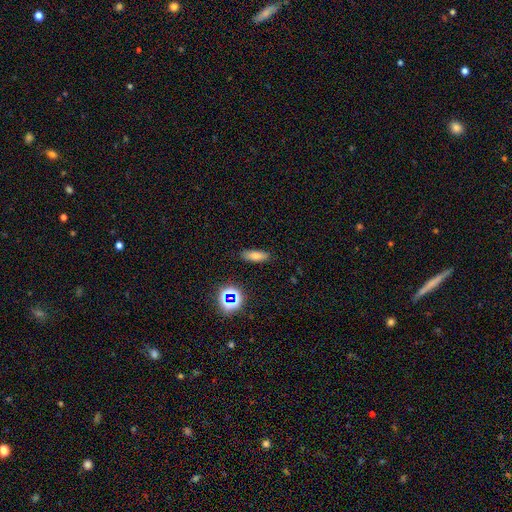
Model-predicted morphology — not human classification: This is likely a smooth galaxy (74%). How rounded: possibly in between (58%). Merging: clearly none (87%).